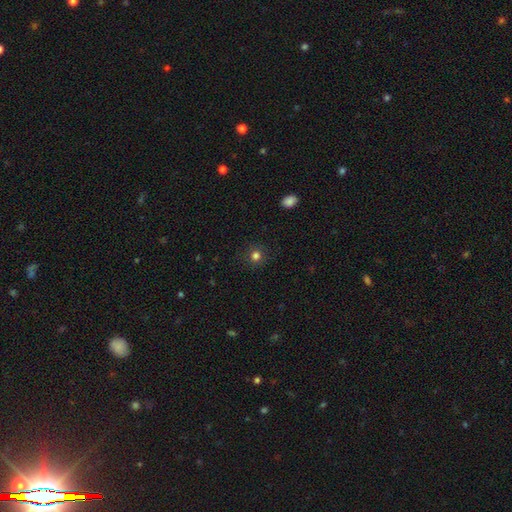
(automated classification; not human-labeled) Smooth or featured? Predicted: smooth (p=0.80). How rounded? Predicted: round (p=0.91). Merging? Predicted: none (p=0.89).